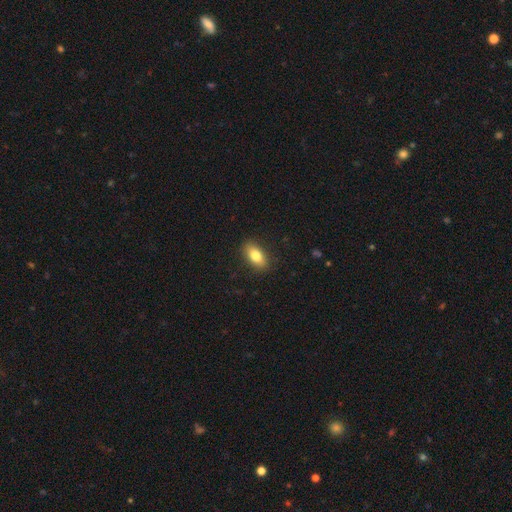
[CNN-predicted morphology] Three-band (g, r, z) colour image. It shows a smooth galaxy with no disk features (81%) that is in between round and cigar-shaped (87%). Merging: none (88%).